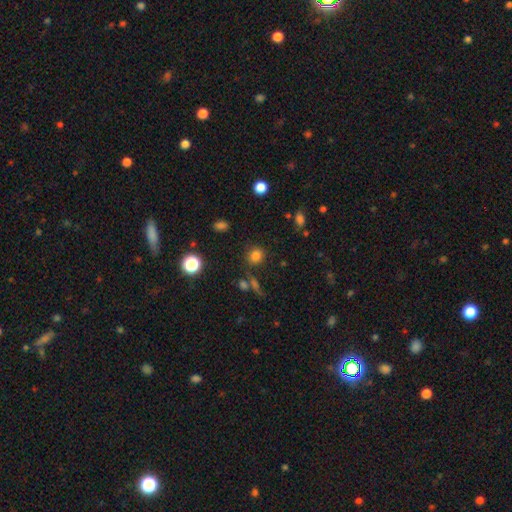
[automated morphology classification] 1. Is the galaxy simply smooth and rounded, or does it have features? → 78% smooth, 16% star or artifact, 6% featured or disk.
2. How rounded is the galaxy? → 83% round, 16% in between, 1% cigar-shaped.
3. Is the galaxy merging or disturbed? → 81% none, 9% minor disturbance, 5% merger, 4% major disturbance.